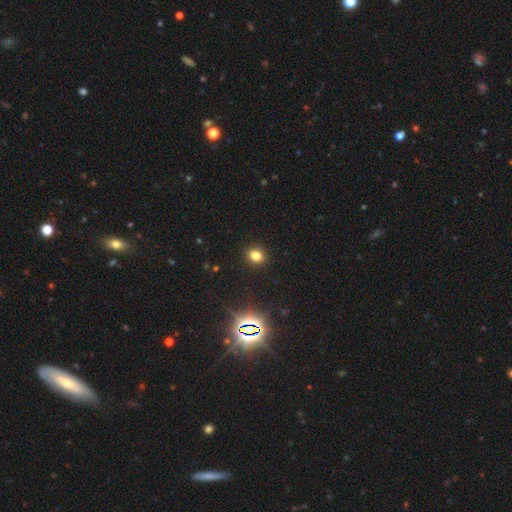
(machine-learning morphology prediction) smooth_or_featured: smooth (p=0.76) [alt: star or artifact p=0.18]
how_rounded: round (p=0.68) [alt: in between p=0.31]
merging: none (p=0.91) [alt: minor disturbance p=0.06]